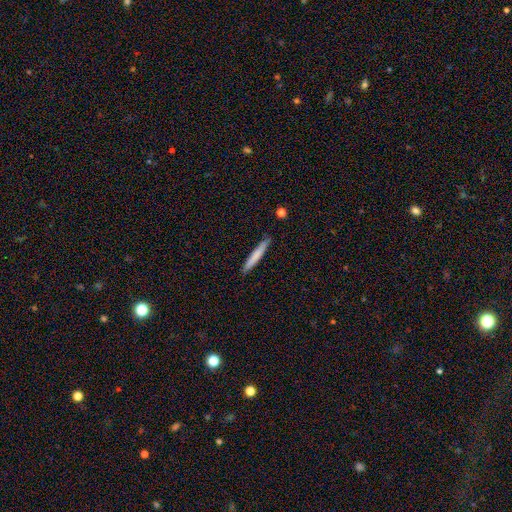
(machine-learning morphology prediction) A smooth galaxy with no disk features (73%) that is cigar-shaped (96%).

Vote fractions:
- Smooth or featured? smooth: 73% / featured or disk: 21% / star or artifact: 6%
- How rounded? cigar-shaped: 96% / in between: 3% / round: 1%
- Merging? none: 89% / minor disturbance: 8% / major disturbance: 2% / merger: 1%